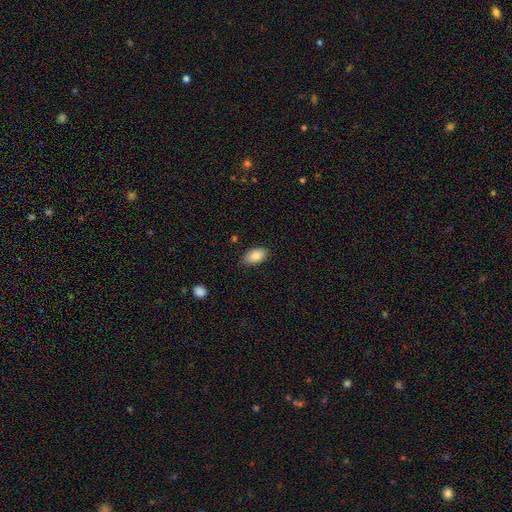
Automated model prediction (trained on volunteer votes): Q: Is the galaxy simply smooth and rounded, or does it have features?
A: smooth — 86%.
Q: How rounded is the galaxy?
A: in between — 92%.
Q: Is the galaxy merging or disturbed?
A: none — 80%.